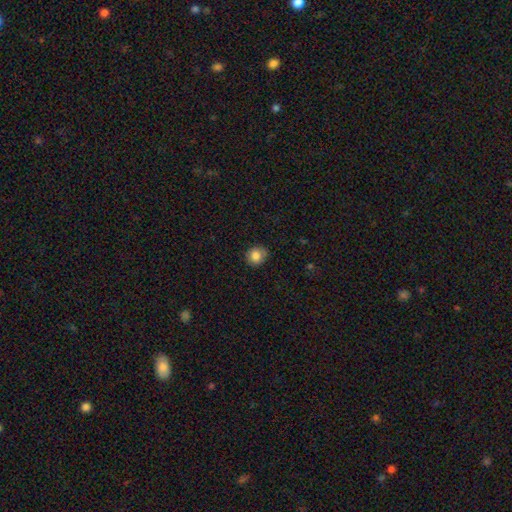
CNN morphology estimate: This appears to be a smooth galaxy with no disk features (84%) that is round (86%). Merging: none (81%).